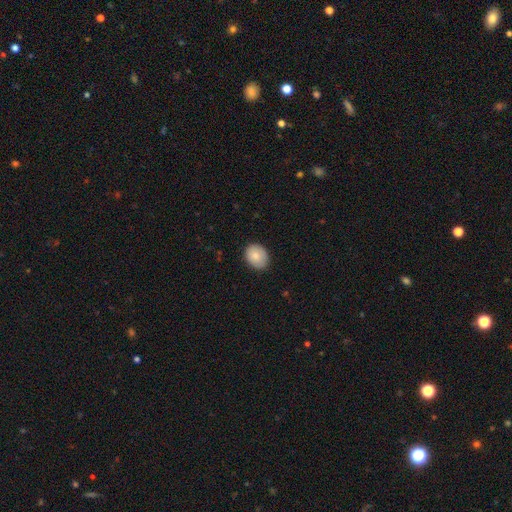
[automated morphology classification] The model was most divided on "how rounded": in between: 51%, round: 48%, cigar-shaped: 1%. More confident: merging — none (84%); smooth or featured — smooth (82%).